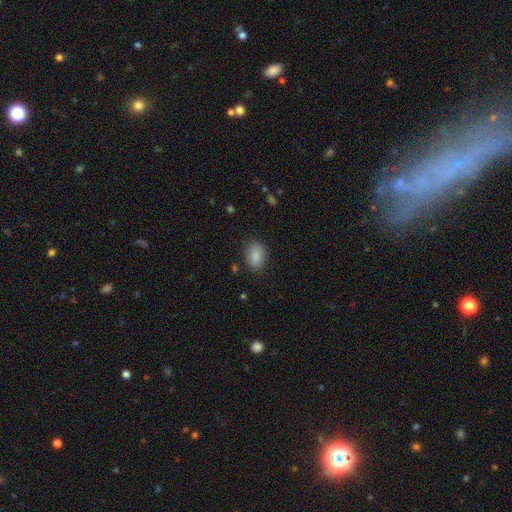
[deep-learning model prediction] A smooth galaxy with no disk features (88%) that is in between round and cigar-shaped (84%).

Vote fractions:
- Smooth or featured? smooth: 88% / star or artifact: 8% / featured or disk: 5%
- How rounded? in between: 84% / round: 14% / cigar-shaped: 2%
- Merging? none: 82% / minor disturbance: 13% / major disturbance: 3% / merger: 1%